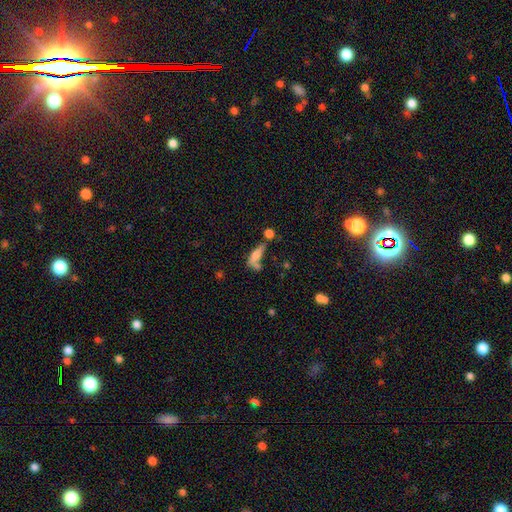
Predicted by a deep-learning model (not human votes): smooth_or_featured: smooth (p=0.63) [alt: featured or disk p=0.27]
how_rounded: cigar-shaped (p=0.55) [alt: in between p=0.41]
merging: none (p=0.40) [alt: merger p=0.30]